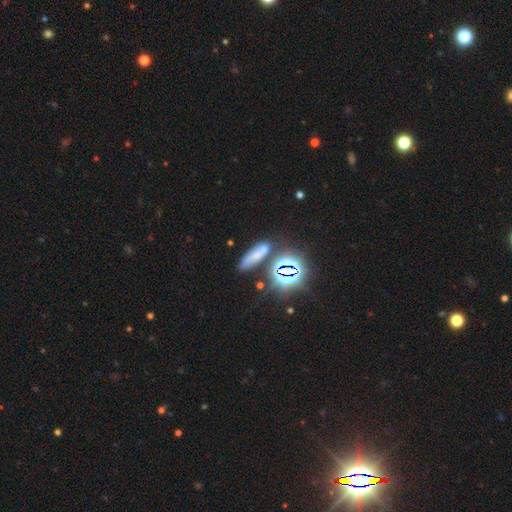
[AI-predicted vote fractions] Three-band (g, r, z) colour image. It shows a smooth galaxy with no disk features (56%) that is cigar-shaped (46%). Merging: none (56%).